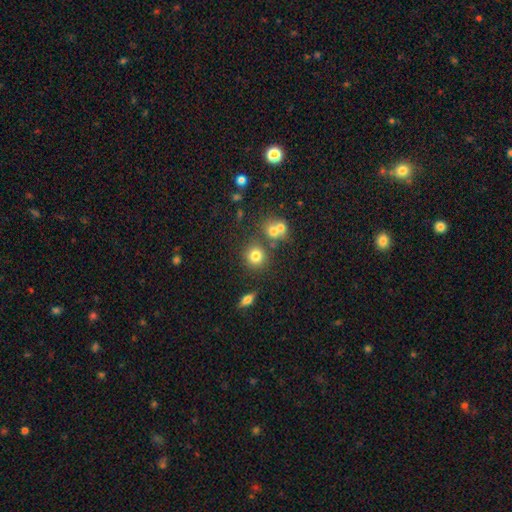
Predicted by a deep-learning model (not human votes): The model was most divided on "merging": none: 73%, merger: 13%, minor disturbance: 10%, major disturbance: 4%. More confident: how rounded — round (88%); smooth or featured — smooth (76%).